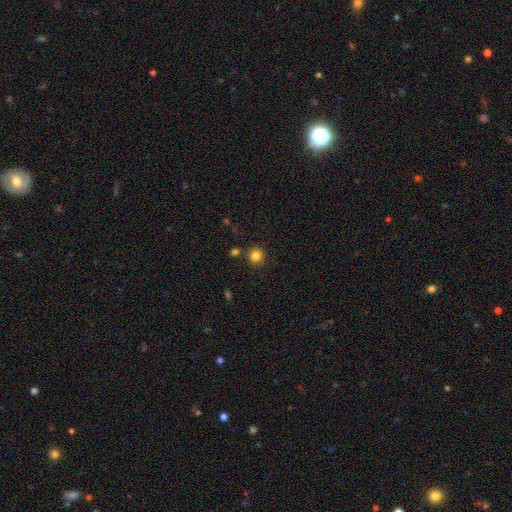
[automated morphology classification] Q: Smooth or featured?
A: smooth (84%); runner-up: star or artifact (12%)
Q: How rounded?
A: round (94%); runner-up: in between (5%)
Q: Merging?
A: none (86%); runner-up: minor disturbance (7%)